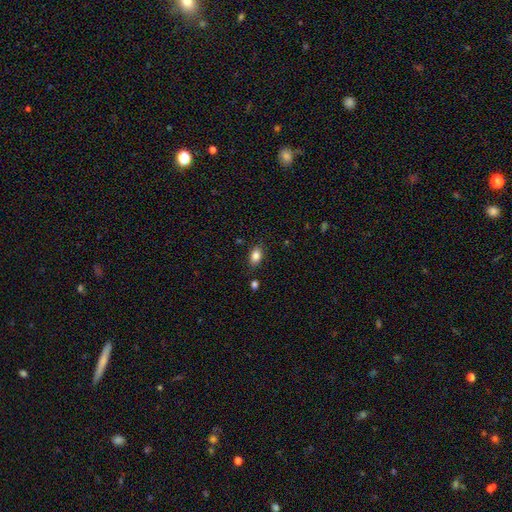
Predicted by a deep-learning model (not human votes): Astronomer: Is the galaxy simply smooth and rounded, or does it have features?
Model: smooth — 85%.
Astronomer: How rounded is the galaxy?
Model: in between — 86%.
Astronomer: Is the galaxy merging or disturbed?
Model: none — 82%.